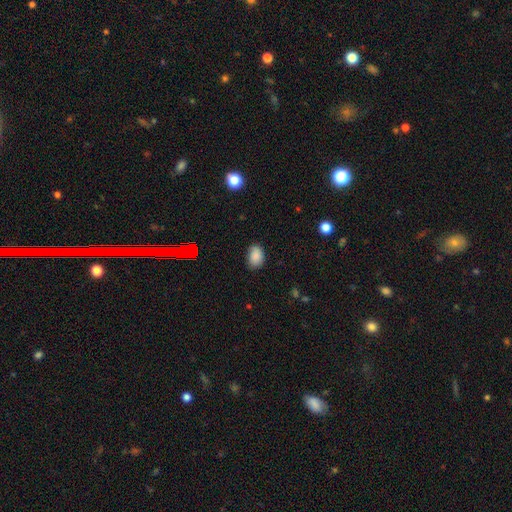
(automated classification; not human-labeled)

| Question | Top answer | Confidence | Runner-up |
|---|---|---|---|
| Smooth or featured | smooth | 85% | star or artifact (9%) |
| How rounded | in between | 80% | round (19%) |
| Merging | none | 76% | minor disturbance (19%) |